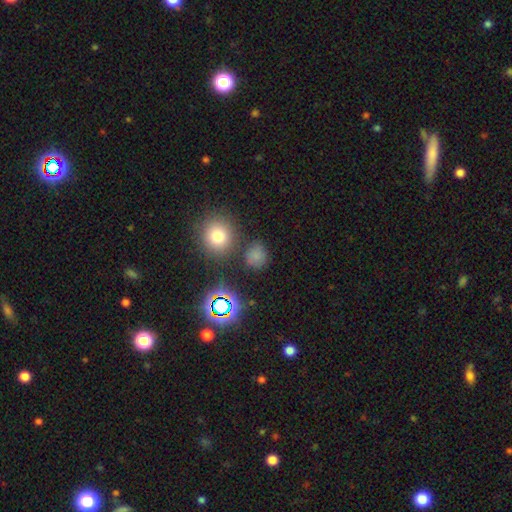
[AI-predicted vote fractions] A smooth galaxy with no disk features (68%) that is round (83%).

Vote fractions:
- Smooth or featured? smooth: 68% / star or artifact: 25% / featured or disk: 7%
- How rounded? round: 83% / in between: 15% / cigar-shaped: 1%
- Merging? none: 76% / minor disturbance: 13% / merger: 6% / major disturbance: 5%